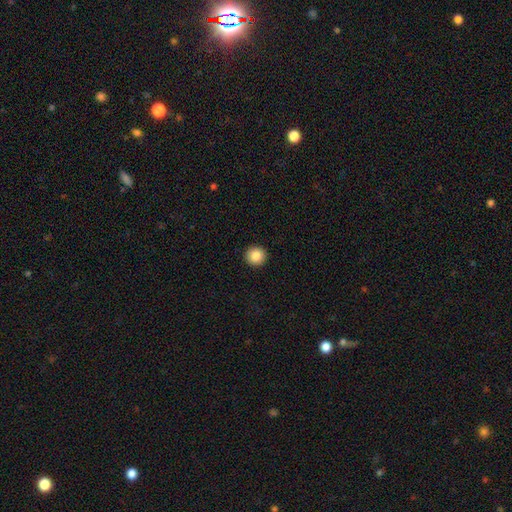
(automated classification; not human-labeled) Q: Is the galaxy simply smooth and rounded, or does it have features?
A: smooth — 86%.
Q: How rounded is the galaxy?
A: round — 95%.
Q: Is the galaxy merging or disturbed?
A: none — 94%.